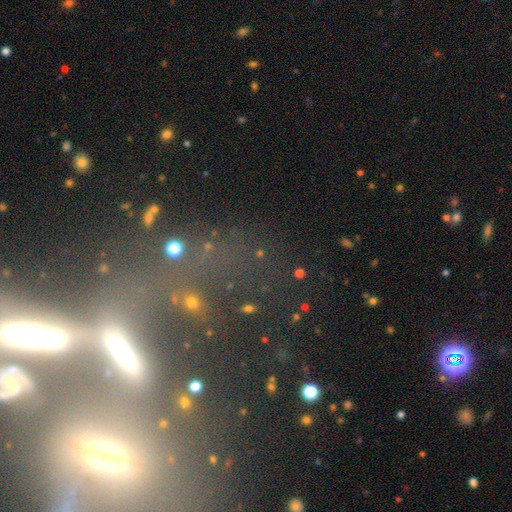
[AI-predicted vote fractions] Smooth or featured: featured or disk — 40% (star or artifact — 38%)
Merging: none — 39% (major disturbance — 24%)